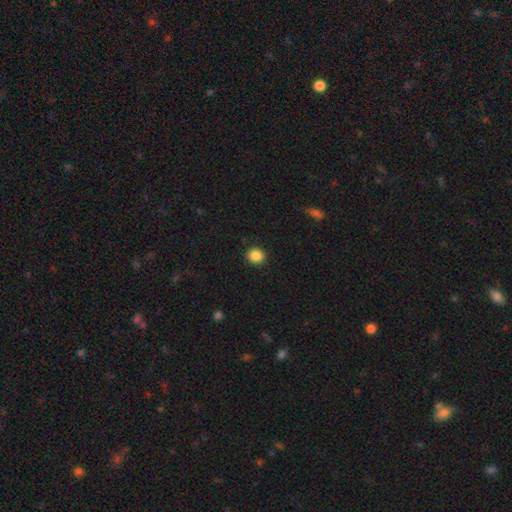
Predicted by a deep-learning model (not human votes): Smooth or featured?
  - smooth: 87% *
  - star or artifact: 10%
  - featured or disk: 3%
How rounded?
  - round: 83% *
  - in between: 16%
  - cigar-shaped: 1%
Merging?
  - none: 91% *
  - minor disturbance: 6%
  - major disturbance: 2%
  - merger: 1%